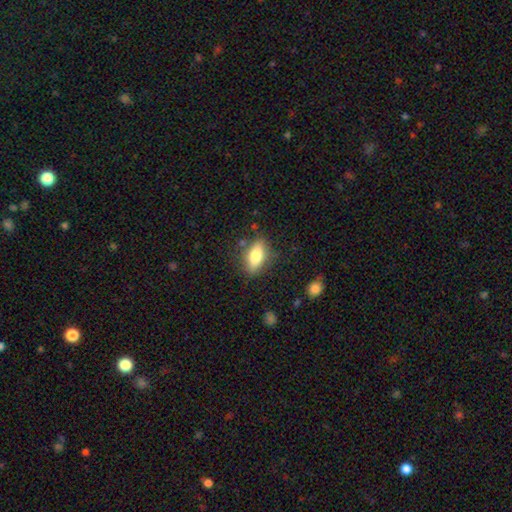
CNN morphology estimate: smooth-or-featured: smooth: 74% | featured or disk: 18% | star or artifact: 7%
  how-rounded: in between: 80% | cigar-shaped: 14% | round: 6%
  merging: none: 79% | minor disturbance: 14% | major disturbance: 4% | merger: 2%